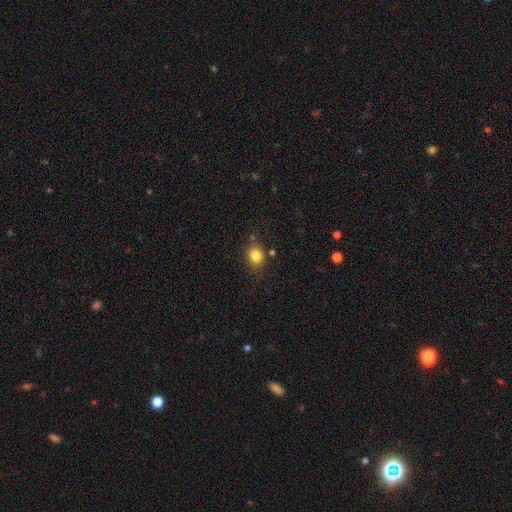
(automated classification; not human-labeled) smooth 83%, star or artifact 11%, featured or disk 6%. Down the decision tree: how rounded — round (54%); merging — none (80%).